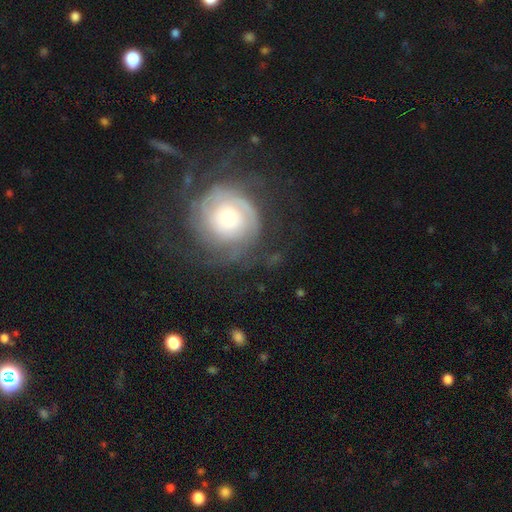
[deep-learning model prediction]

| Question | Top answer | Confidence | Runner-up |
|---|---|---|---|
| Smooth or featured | featured or disk | 66% | smooth (21%) |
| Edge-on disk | no | 96% | yes (4%) |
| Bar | no | 78% | weak (16%) |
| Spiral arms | yes | 83% | no (17%) |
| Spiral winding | tight | 71% | medium (20%) |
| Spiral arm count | can't tell | 43% | 2 (26%) |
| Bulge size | moderate | 51% | small (29%) |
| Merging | none | 75% | minor disturbance (12%) |